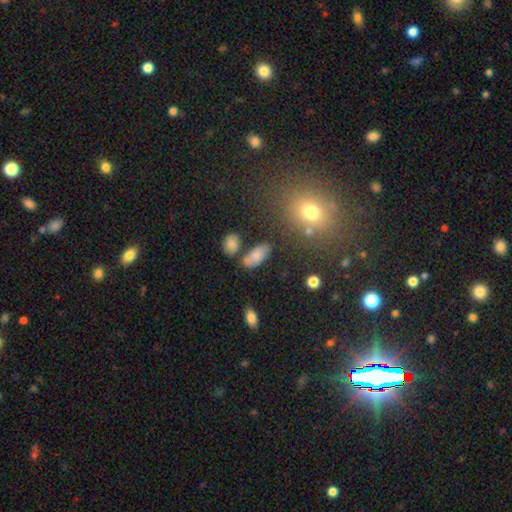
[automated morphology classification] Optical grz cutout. It shows a smooth galaxy with no disk features (76%) that is in between round and cigar-shaped (88%). Merging: none (64%).